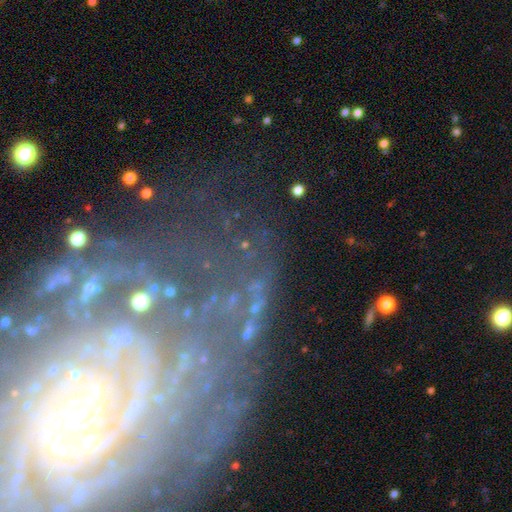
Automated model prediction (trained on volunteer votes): smooth_or_featured: featured or disk (p=0.74) [alt: star or artifact p=0.16]
disk_edge_on: no (p=0.95) [alt: yes p=0.05]
bar: no (p=0.60) [alt: weak p=0.23]
has_spiral_arms: yes (p=0.81) [alt: no p=0.19]
spiral_winding: tight (p=0.66) [alt: medium p=0.23]
spiral_arm_count: can't tell (p=0.36) [alt: 2 p=0.18]
bulge_size: small (p=0.52) [alt: none p=0.23]
merging: none (p=0.59) [alt: major disturbance p=0.20]